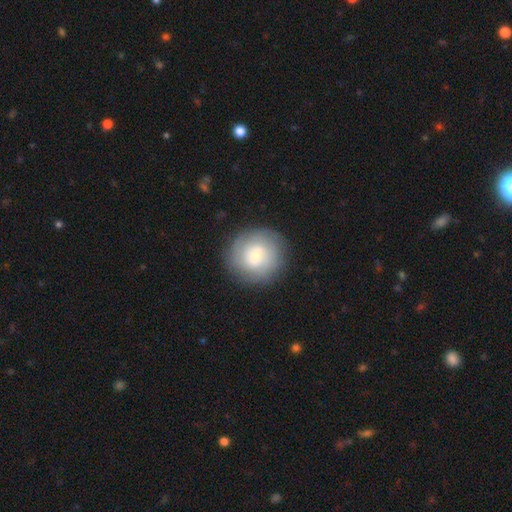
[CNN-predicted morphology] smooth-or-featured: smooth: 56% | featured or disk: 35% | star or artifact: 8%
  how-rounded: round: 92% | in between: 7% | cigar-shaped: 1%
  merging: none: 84% | minor disturbance: 10% | major disturbance: 4% | merger: 1%